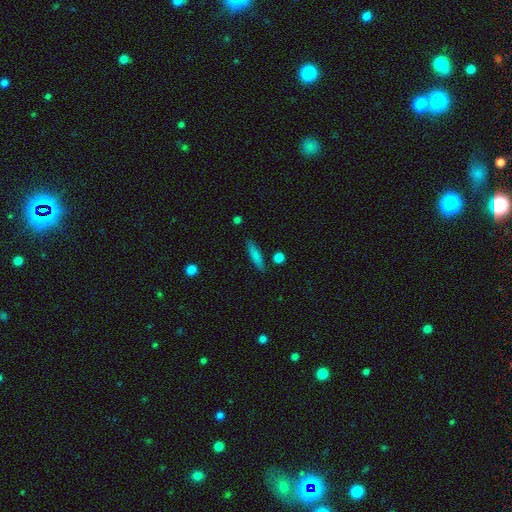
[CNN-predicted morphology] This is likely a smooth galaxy (78%). How rounded: clearly cigar-shaped (81%). Merging: clearly none (84%).